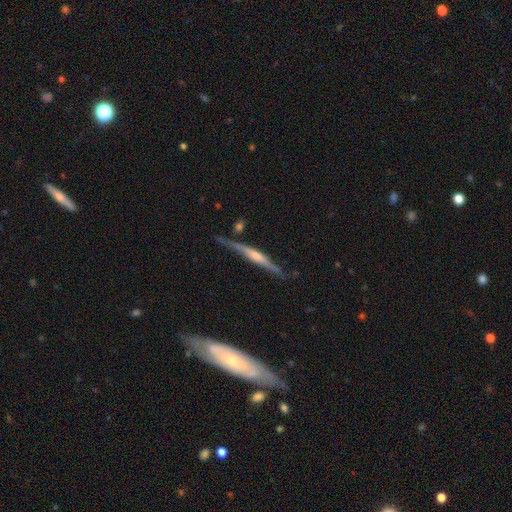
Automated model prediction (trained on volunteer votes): Smooth or featured? Predicted: featured or disk (p=0.75). Edge-on disk? Predicted: yes (p=0.96). Edge-on bulge? Predicted: rounded (p=0.59). Merging? Predicted: none (p=0.76).